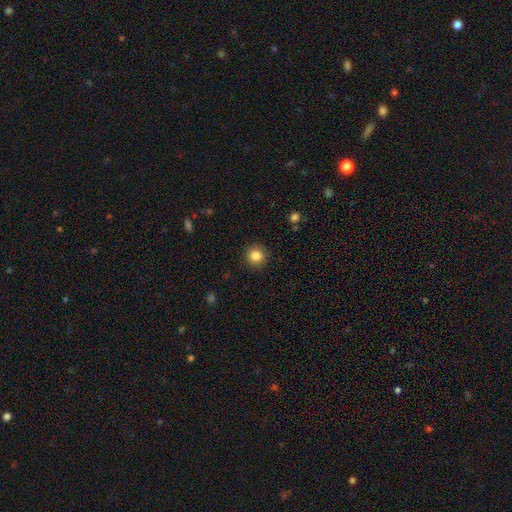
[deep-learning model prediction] The model was most divided on "smooth or featured": smooth: 84%, star or artifact: 11%, featured or disk: 5%. More confident: how rounded — round (94%); merging — none (91%).